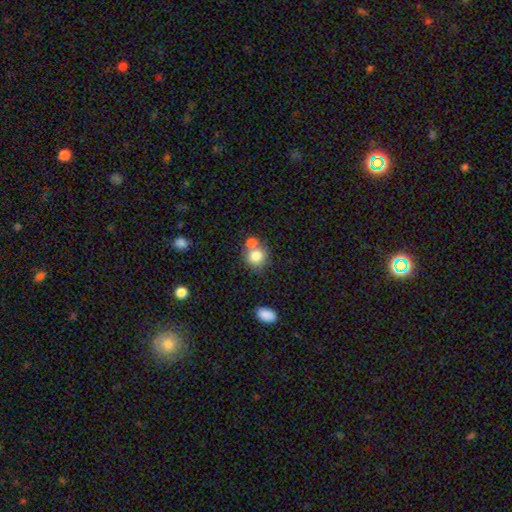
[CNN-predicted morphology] smooth_or_featured: smooth (p=0.80) [alt: featured or disk p=0.10]
how_rounded: round (p=0.80) [alt: in between p=0.19]
merging: none (p=0.48) [alt: merger p=0.39]